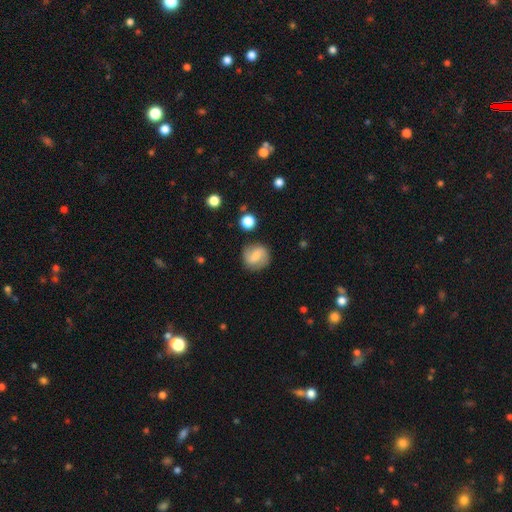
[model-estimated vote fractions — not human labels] Smooth or featured: smooth — 47% (featured or disk — 45%)
Merging: none — 81% (minor disturbance — 12%)